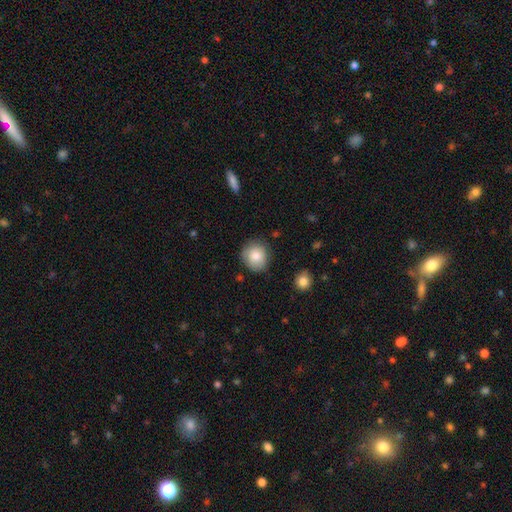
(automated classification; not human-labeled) Overall: smooth (81%). How rounded: round (83%). Merging: none (81%).